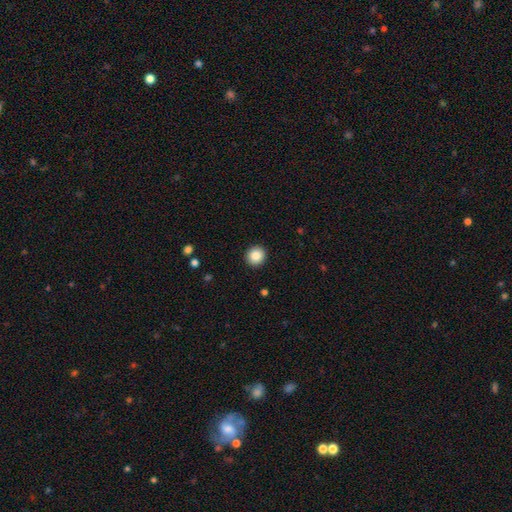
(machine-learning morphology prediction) This appears to be a smooth galaxy with no disk features (87%) that is round (91%). Merging: none (92%).